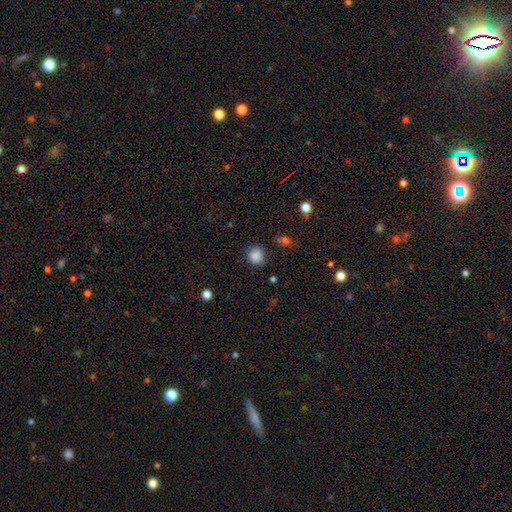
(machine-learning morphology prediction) A smooth galaxy with no disk features (85%) that is round (80%).

Vote fractions:
- Smooth or featured? smooth: 85% / star or artifact: 11% / featured or disk: 4%
- How rounded? round: 80% / in between: 19% / cigar-shaped: 1%
- Merging? none: 79% / minor disturbance: 15% / major disturbance: 4% / merger: 3%